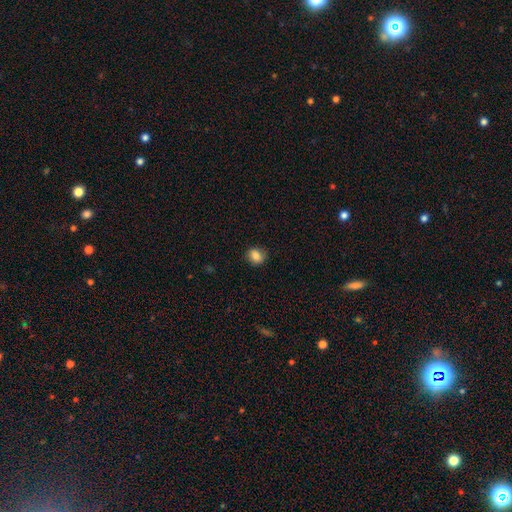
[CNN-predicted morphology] A smooth galaxy with no disk features (84%) that is round (64%).

Vote fractions:
- Smooth or featured? smooth: 84% / star or artifact: 9% / featured or disk: 6%
- How rounded? round: 64% / in between: 35% / cigar-shaped: 1%
- Merging? none: 86% / minor disturbance: 10% / major disturbance: 3% / merger: 1%